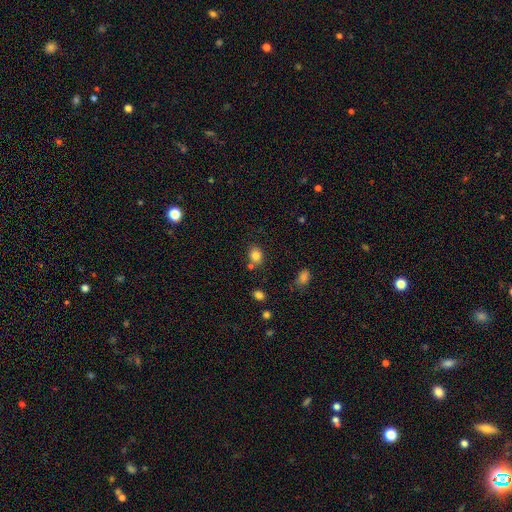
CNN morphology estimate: Smooth or featured? Predicted: smooth (p=0.81). How rounded? Predicted: round (p=0.54). Merging? Predicted: none (p=0.67).